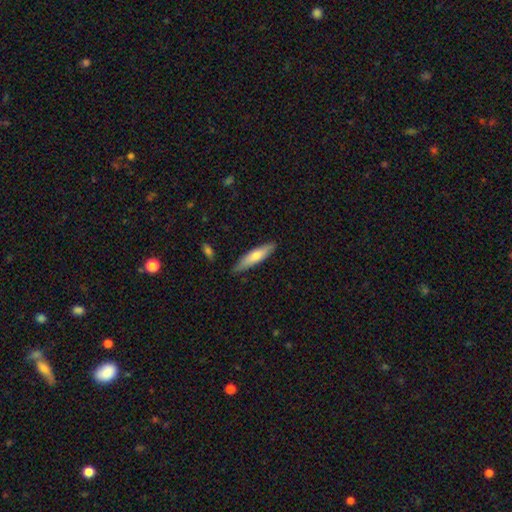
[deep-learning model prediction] Smooth or featured? smooth (64%)
How rounded? cigar-shaped (77%)
Merging? none (84%)